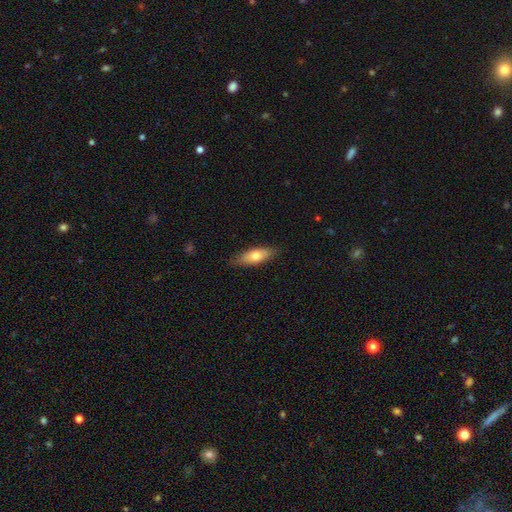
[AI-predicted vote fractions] A smooth galaxy with no disk features (68%) that is in between round and cigar-shaped (66%). Merging: none (84%).